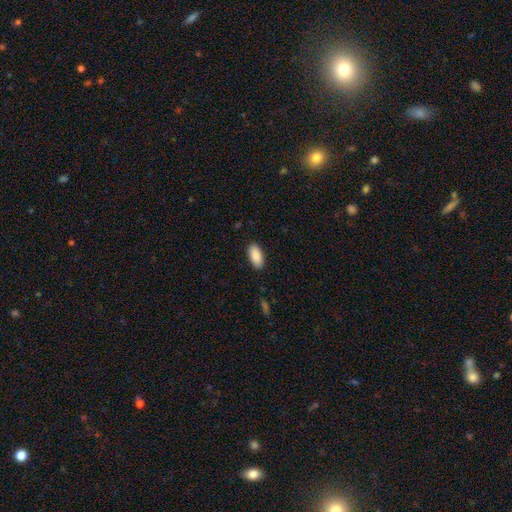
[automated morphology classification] Smooth or featured: smooth — 90% (star or artifact — 6%)
How rounded: in between — 91% (cigar-shaped — 7%)
Merging: none — 89% (minor disturbance — 8%)